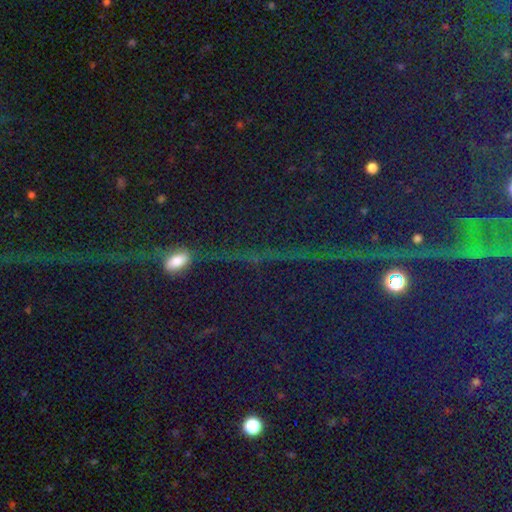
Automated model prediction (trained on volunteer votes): Morphology: type=star or artifact (65%).